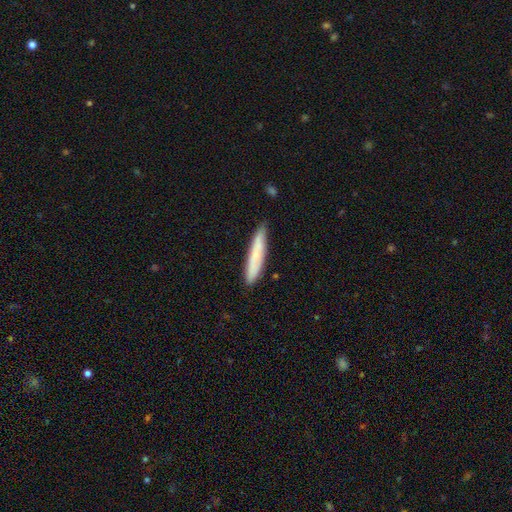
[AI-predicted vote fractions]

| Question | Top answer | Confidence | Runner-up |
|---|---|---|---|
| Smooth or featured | smooth | 65% | featured or disk (29%) |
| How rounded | cigar-shaped | 91% | in between (8%) |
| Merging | none | 80% | minor disturbance (16%) |